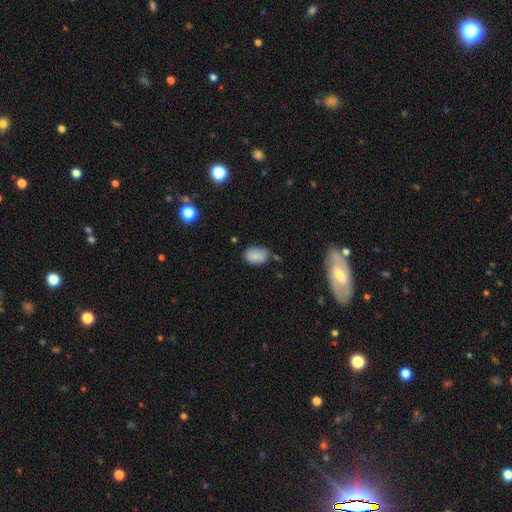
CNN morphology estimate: smooth_or_featured: smooth (p=0.84) [alt: star or artifact p=0.09]
how_rounded: in between (p=0.86) [alt: round p=0.13]
merging: none (p=0.59) [alt: minor disturbance p=0.30]